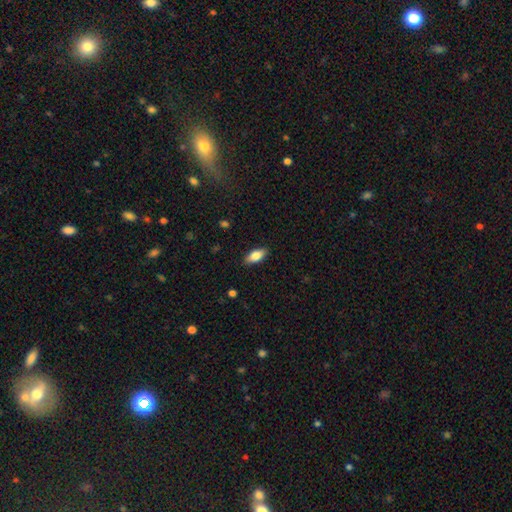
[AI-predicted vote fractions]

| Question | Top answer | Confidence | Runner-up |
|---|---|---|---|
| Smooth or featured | smooth | 81% | featured or disk (12%) |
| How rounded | in between | 86% | cigar-shaped (11%) |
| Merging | none | 87% | minor disturbance (10%) |